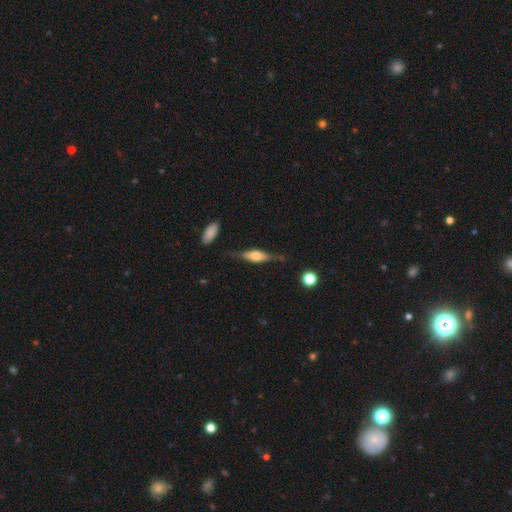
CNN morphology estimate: Overall: featured or disk (56%; smooth 38%). Edge-on disk: yes (92%). Edge-on bulge: rounded (81%). Merging: none (71%).